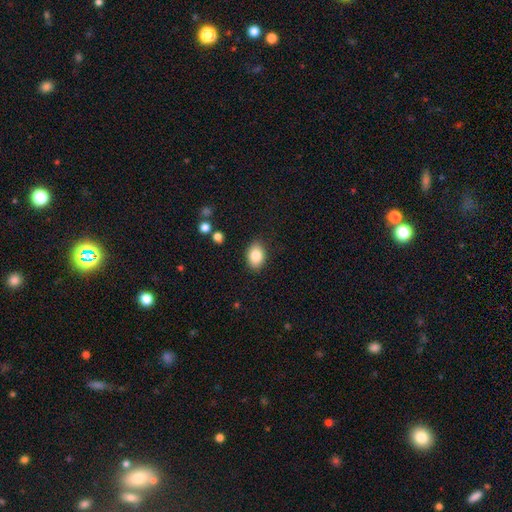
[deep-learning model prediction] smooth 85%, star or artifact 8%, featured or disk 7%. Down the decision tree: how rounded — in between (81%); merging — none (86%).